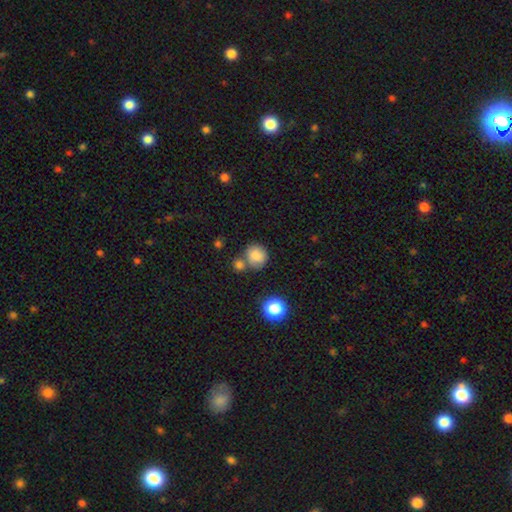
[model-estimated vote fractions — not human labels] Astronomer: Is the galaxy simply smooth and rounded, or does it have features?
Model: smooth — 83%.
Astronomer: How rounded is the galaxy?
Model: round — 78%.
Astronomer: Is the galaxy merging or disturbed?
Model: none — 60%.